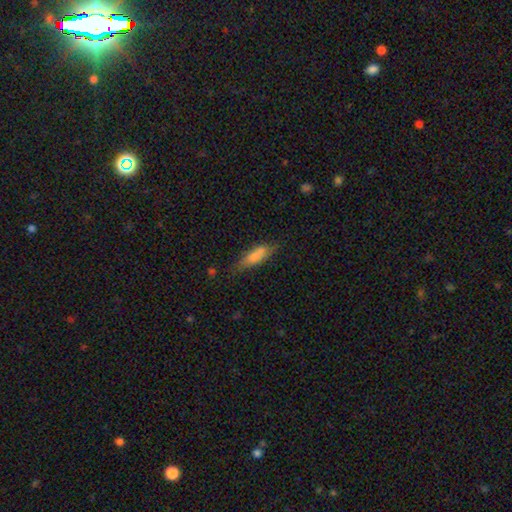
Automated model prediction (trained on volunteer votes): A smooth galaxy with no disk features (76%) that is in between round and cigar-shaped (57%). Merging: none (62%).